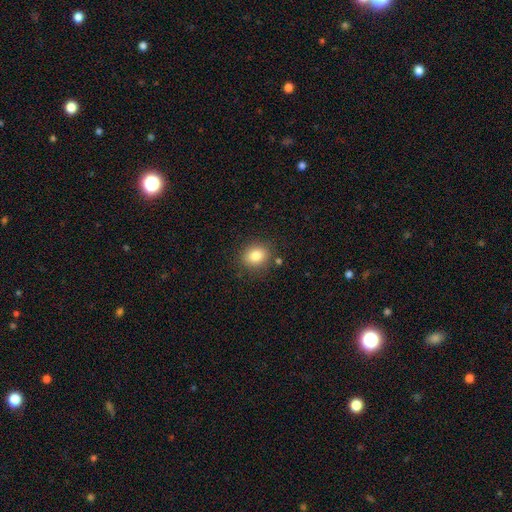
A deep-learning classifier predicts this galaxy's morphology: smooth-or-featured: smooth: 82% | star or artifact: 10% | featured or disk: 8%
  how-rounded: round: 57% | in between: 42% | cigar-shaped: 1%
  merging: none: 85% | minor disturbance: 10% | major disturbance: 3% | merger: 3%